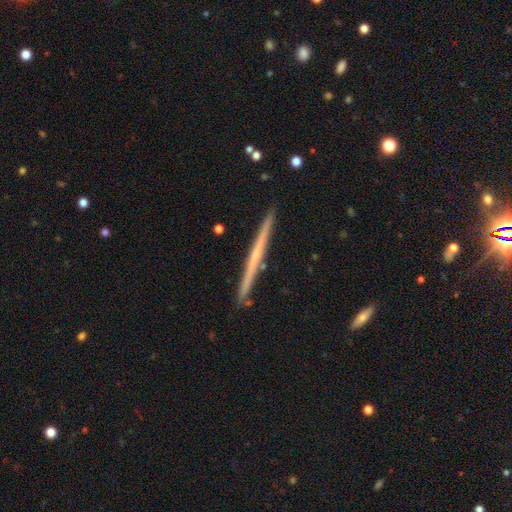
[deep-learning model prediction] Smooth or featured? featured or disk (63%)
Edge-on disk? yes (98%)
Edge-on bulge? none (79%)
Merging? none (91%)